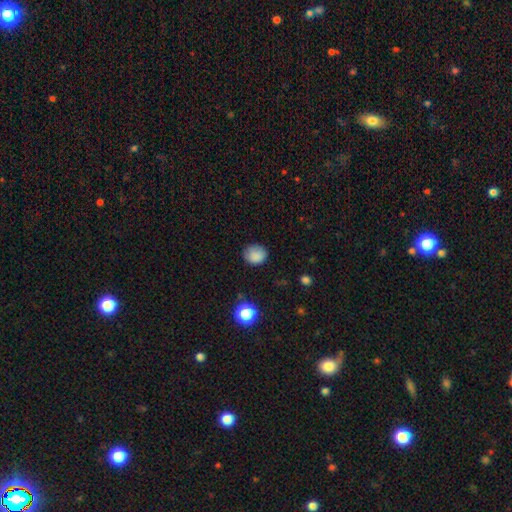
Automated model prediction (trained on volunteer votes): Smooth or featured?
  - smooth: 85% *
  - star or artifact: 10%
  - featured or disk: 5%
How rounded?
  - round: 71% *
  - in between: 28%
  - cigar-shaped: 1%
Merging?
  - none: 75% *
  - minor disturbance: 20%
  - major disturbance: 4%
  - merger: 1%